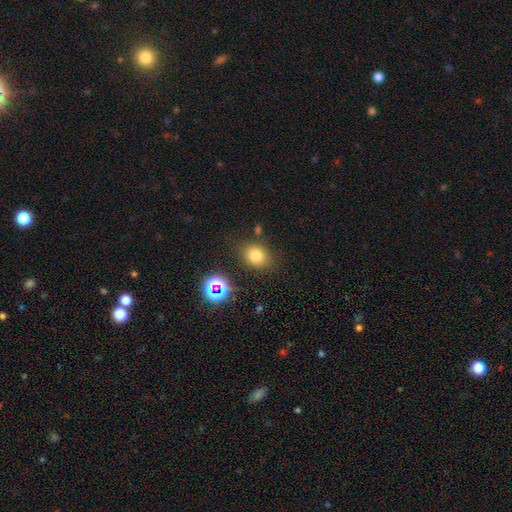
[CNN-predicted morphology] Smooth or featured? Predicted: smooth (p=0.75). How rounded? Predicted: in between (p=0.51). Merging? Predicted: none (p=0.80).